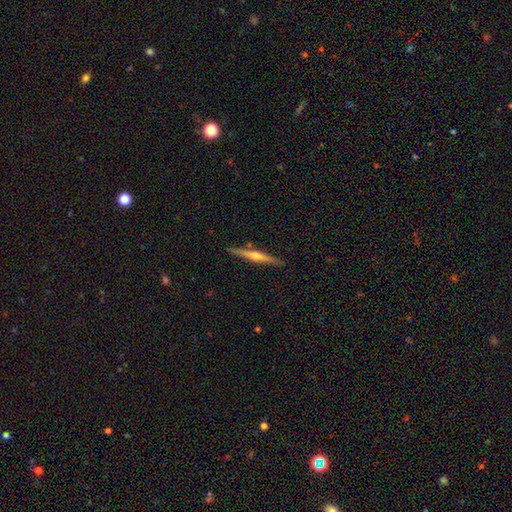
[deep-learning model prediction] featured or disk 75%, smooth 20%, star or artifact 6%. Down the decision tree: edge-on disk — yes (98%); edge-on bulge — rounded (82%); merging — none (90%).